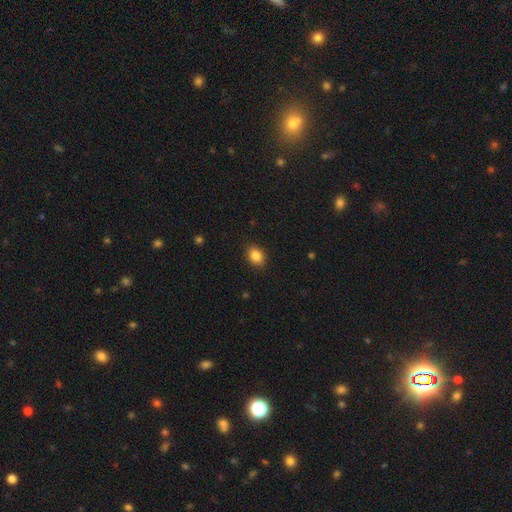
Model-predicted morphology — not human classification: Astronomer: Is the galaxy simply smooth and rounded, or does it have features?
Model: smooth — 86%.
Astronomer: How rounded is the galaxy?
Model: in between — 59% (runner-up: round, 39%).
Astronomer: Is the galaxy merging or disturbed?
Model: none — 89%.